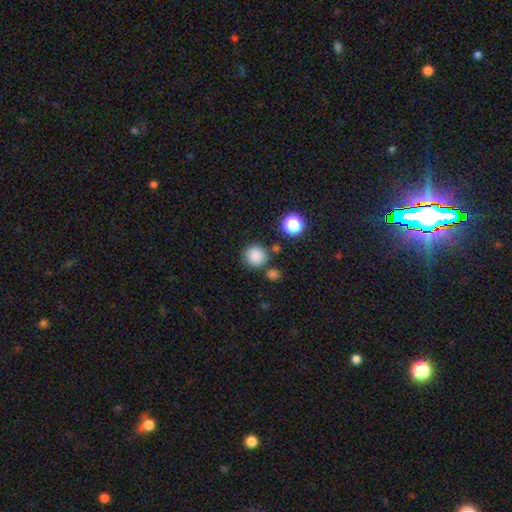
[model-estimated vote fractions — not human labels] Morphology: type=smooth (84%); roundness=round (93%); merging=none (81%).